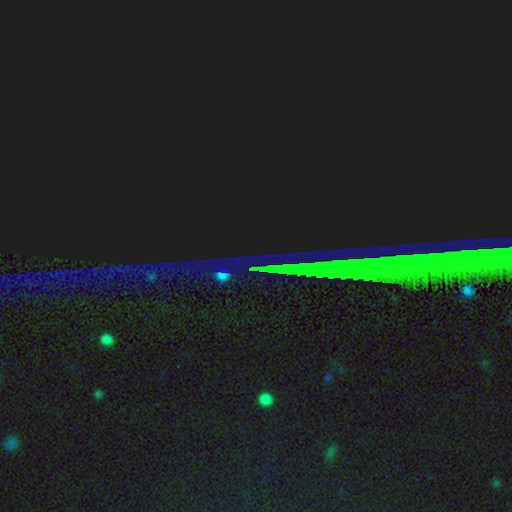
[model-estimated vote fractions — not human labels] smooth_or_featured: star or artifact (p=0.87) [alt: featured or disk p=0.07]